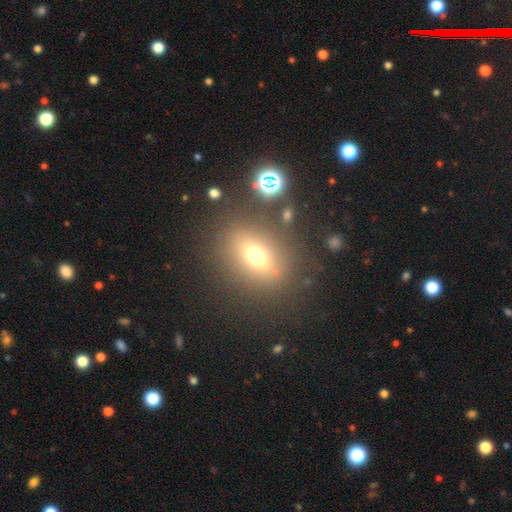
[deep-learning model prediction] Q: Smooth or featured?
A: smooth (60%); runner-up: featured or disk (21%)
Q: How rounded?
A: in between (56%); runner-up: round (38%)
Q: Merging?
A: none (79%); runner-up: minor disturbance (10%)